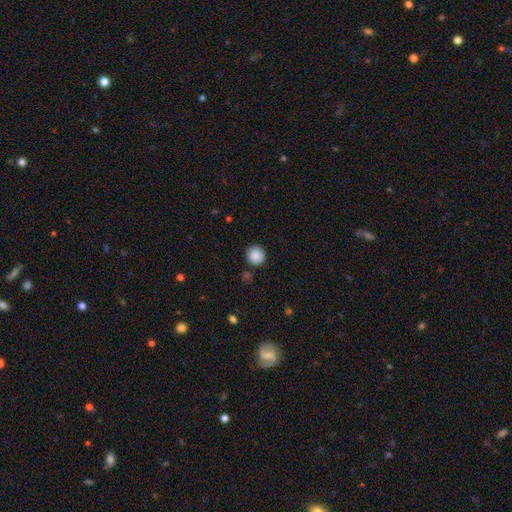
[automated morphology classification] Q: Smooth or featured?
A: smooth (88%); runner-up: star or artifact (9%)
Q: How rounded?
A: round (93%); runner-up: in between (6%)
Q: Merging?
A: none (89%); runner-up: minor disturbance (6%)